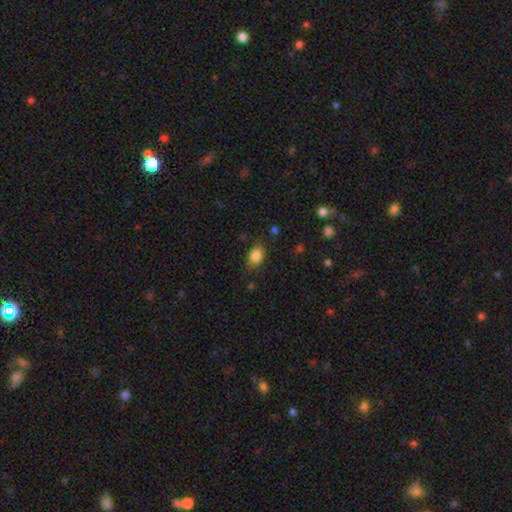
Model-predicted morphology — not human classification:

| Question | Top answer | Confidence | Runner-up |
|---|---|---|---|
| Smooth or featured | smooth | 85% | star or artifact (9%) |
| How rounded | in between | 67% | round (32%) |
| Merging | none | 75% | minor disturbance (19%) |